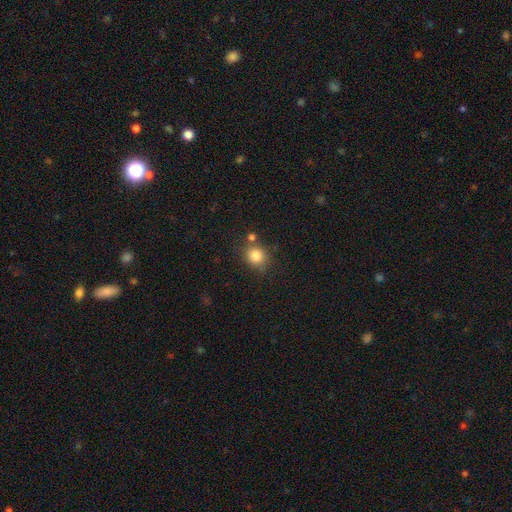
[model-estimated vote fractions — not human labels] A smooth galaxy with no disk features (83%) that is round (78%).

Vote fractions:
- Smooth or featured? smooth: 83% / star or artifact: 11% / featured or disk: 6%
- How rounded? round: 78% / in between: 22% / cigar-shaped: 1%
- Merging? none: 72% / minor disturbance: 13% / merger: 12% / major disturbance: 4%